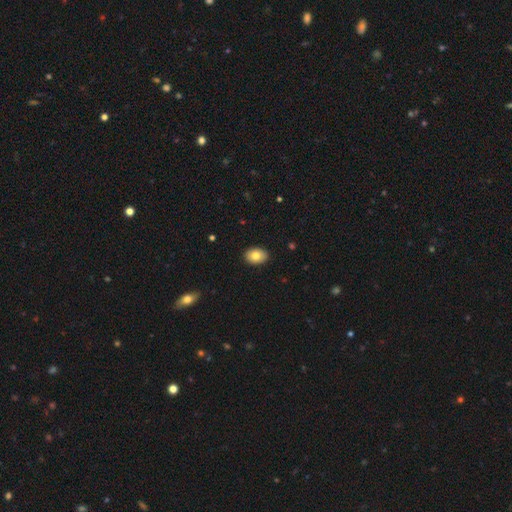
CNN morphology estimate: Q: Smooth or featured?
A: smooth (80%); runner-up: featured or disk (13%)
Q: How rounded?
A: in between (81%); runner-up: round (18%)
Q: Merging?
A: none (90%); runner-up: minor disturbance (8%)